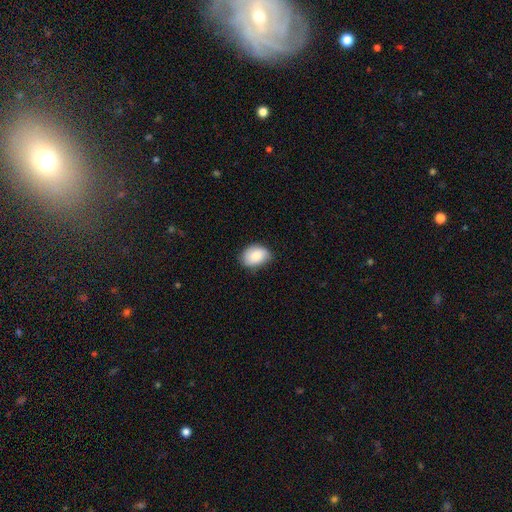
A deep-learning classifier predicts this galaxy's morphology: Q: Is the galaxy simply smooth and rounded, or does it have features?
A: smooth — 82%.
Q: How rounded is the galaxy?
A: in between — 73%.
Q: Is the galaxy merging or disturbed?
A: none — 74%.